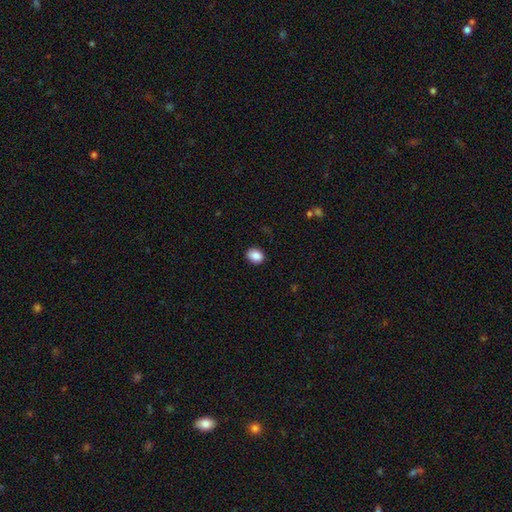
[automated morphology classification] Smooth or featured? Predicted: smooth (p=0.88). How rounded? Predicted: in between (p=0.53). Merging? Predicted: none (p=0.87).